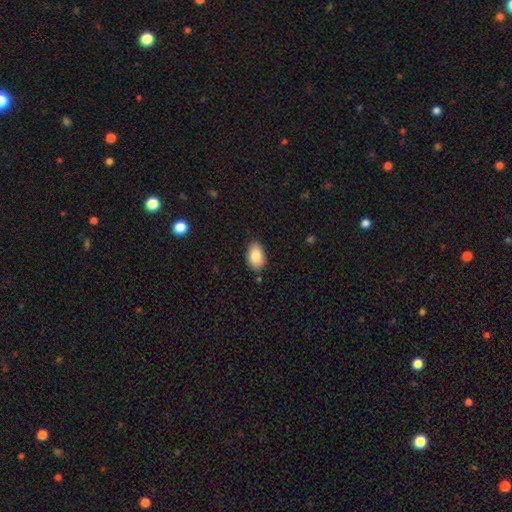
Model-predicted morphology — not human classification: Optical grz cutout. It shows a smooth galaxy with no disk features (86%) that is in between round and cigar-shaped (92%). Merging: none (83%).